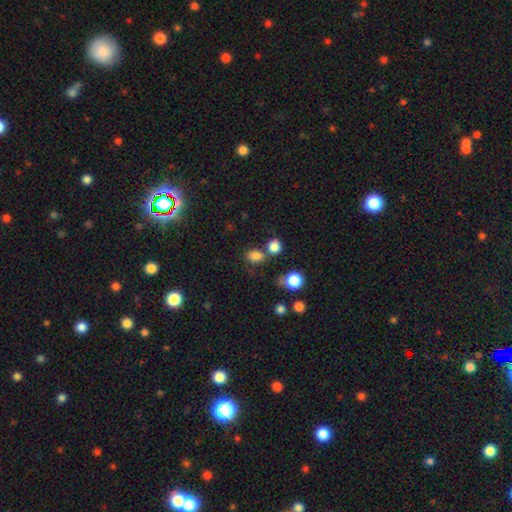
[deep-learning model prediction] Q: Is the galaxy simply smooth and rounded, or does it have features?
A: smooth — 81%.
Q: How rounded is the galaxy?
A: in between — 54%.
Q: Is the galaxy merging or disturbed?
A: none — 61%.